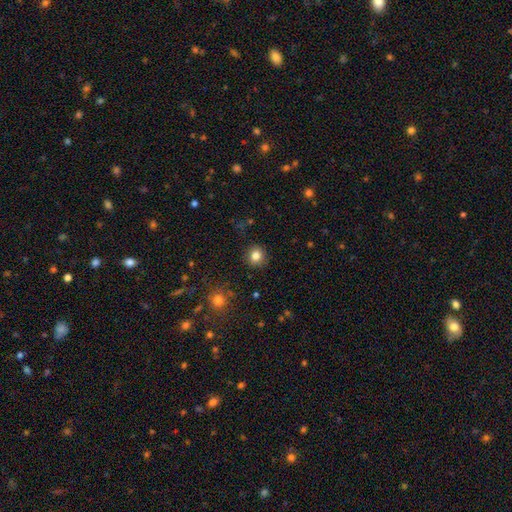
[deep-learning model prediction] Smooth or featured?
  - smooth: 83% *
  - star or artifact: 11%
  - featured or disk: 6%
How rounded?
  - round: 90% *
  - in between: 9%
  - cigar-shaped: 1%
Merging?
  - none: 90% *
  - minor disturbance: 7%
  - major disturbance: 2%
  - merger: 1%